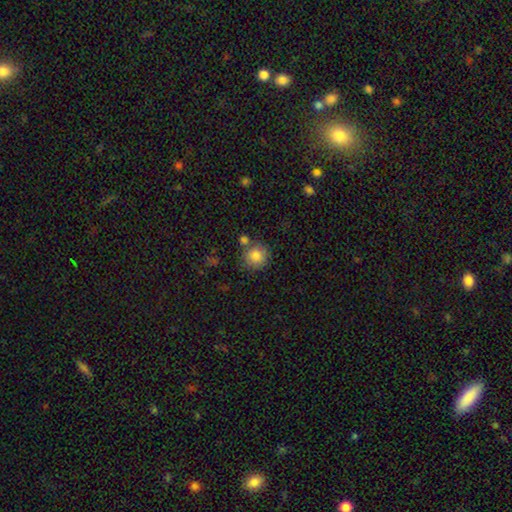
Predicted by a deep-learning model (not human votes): Smooth or featured? Predicted: smooth (p=0.84). How rounded? Predicted: round (p=0.92). Merging? Predicted: none (p=0.73).